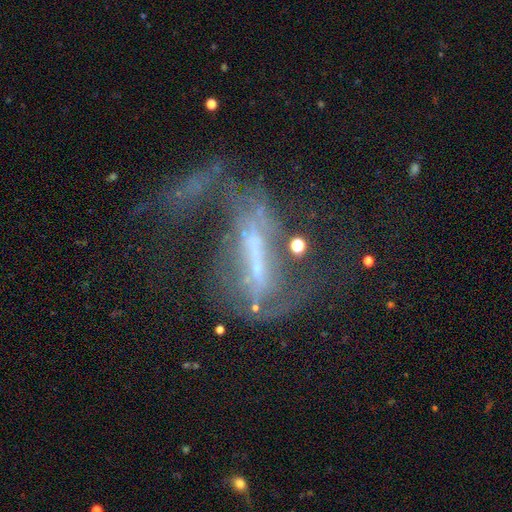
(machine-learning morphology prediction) Overall: featured or disk (73%). Edge-on disk: no (85%). Bar: strong (56%; weak 24%). Spiral arms: yes (58%; no 42%). Bulge size: small (48%; none 24%). Merging: major disturbance (47%; none 23%).